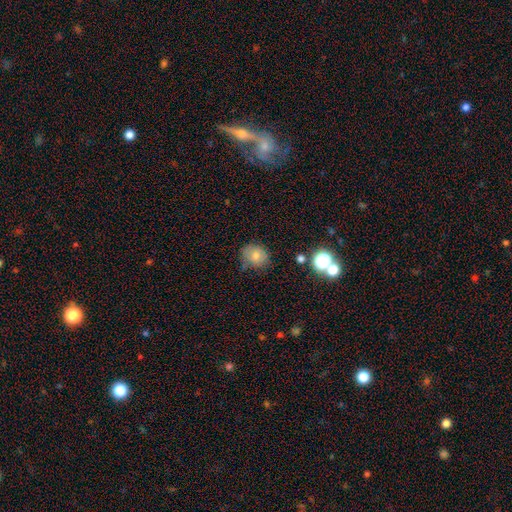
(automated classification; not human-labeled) Overall: smooth (74%). How rounded: round (68%; in between 31%). Merging: none (67%).